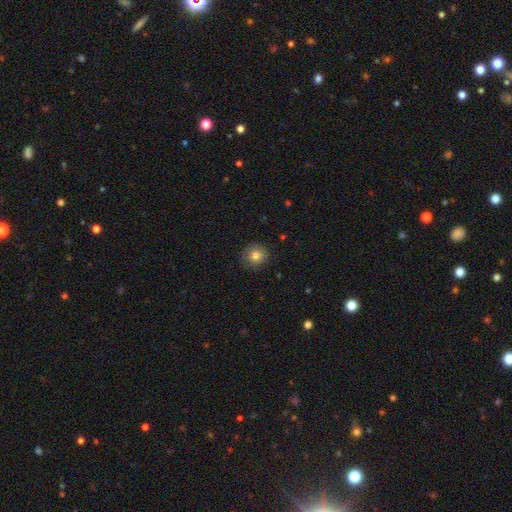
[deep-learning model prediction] This appears to be a smooth galaxy with no disk features (80%) that is round (93%). Merging: none (87%).